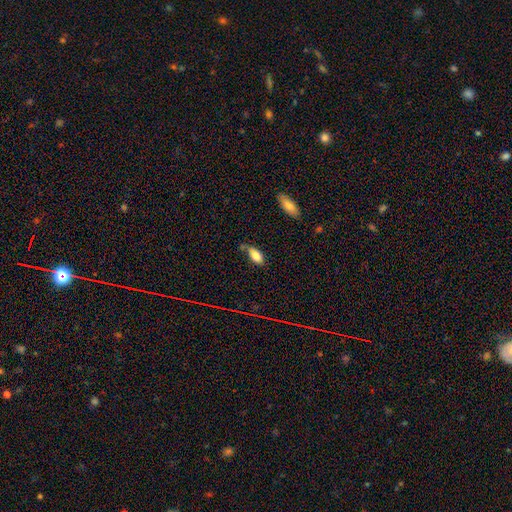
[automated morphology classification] Smooth or featured: smooth — 78% (featured or disk — 14%)
How rounded: in between — 88% (cigar-shaped — 8%)
Merging: none — 55% (minor disturbance — 27%)